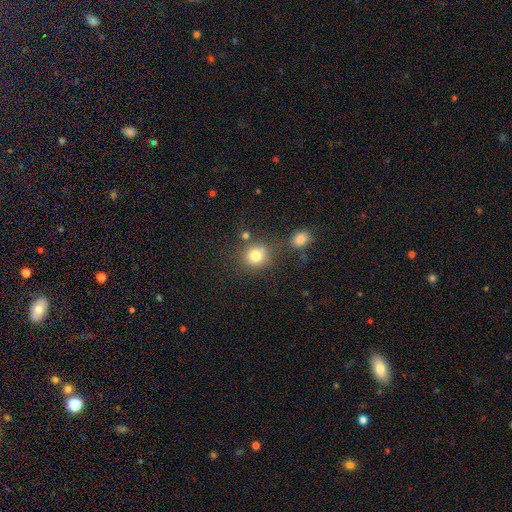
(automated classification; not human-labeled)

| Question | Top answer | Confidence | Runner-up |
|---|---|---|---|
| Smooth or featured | smooth | 79% | star or artifact (13%) |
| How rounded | round | 84% | in between (15%) |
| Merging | none | 70% | merger (14%) |